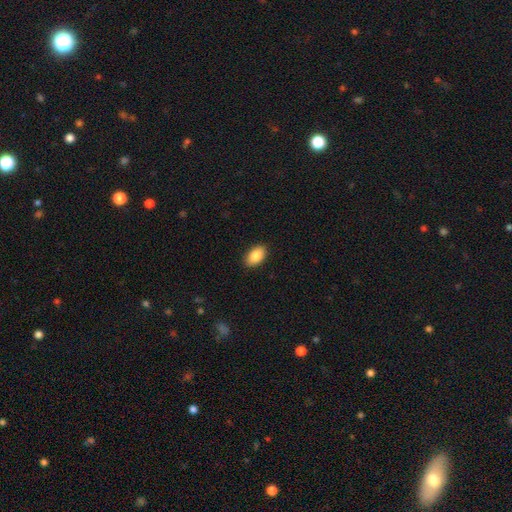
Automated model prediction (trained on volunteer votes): This appears to be a smooth galaxy with no disk features (89%) that is in between round and cigar-shaped (94%). Merging: none (89%).